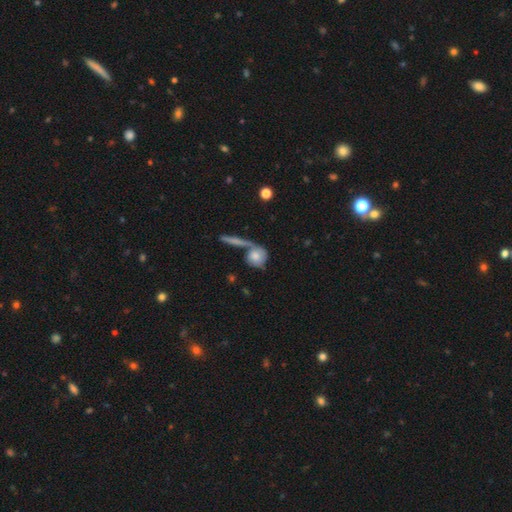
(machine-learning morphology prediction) type=smooth (67%); roundness=round (76%); merging=none (47%).